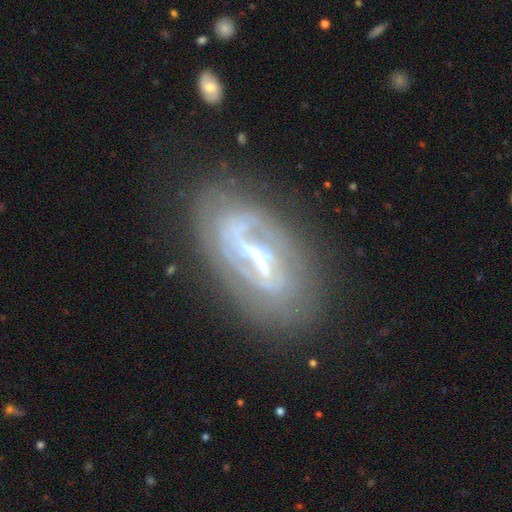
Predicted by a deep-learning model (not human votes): smooth_or_featured: featured or disk (p=0.78) [alt: smooth p=0.14]
disk_edge_on: no (p=0.92) [alt: yes p=0.08]
bar: strong (p=0.59) [alt: weak p=0.27]
has_spiral_arms: yes (p=0.74) [alt: no p=0.26]
spiral_winding: tight (p=0.50) [alt: medium p=0.34]
spiral_arm_count: 2 (p=0.47) [alt: can't tell p=0.32]
bulge_size: small (p=0.42) [alt: moderate p=0.28]
merging: none (p=0.68) [alt: minor disturbance p=0.18]